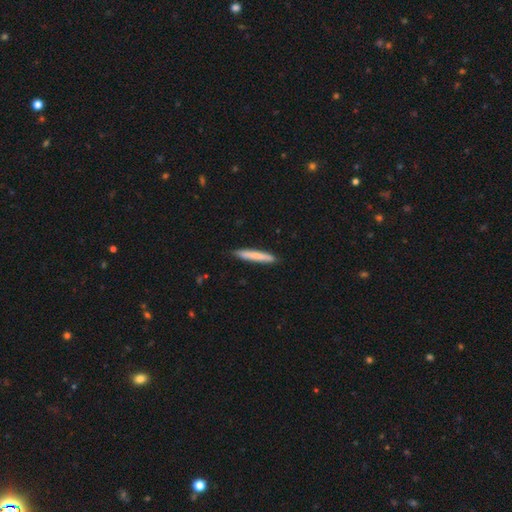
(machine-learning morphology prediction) smooth 76%, featured or disk 18%, star or artifact 6%. Down the decision tree: how rounded — cigar-shaped (95%); merging — none (88%).